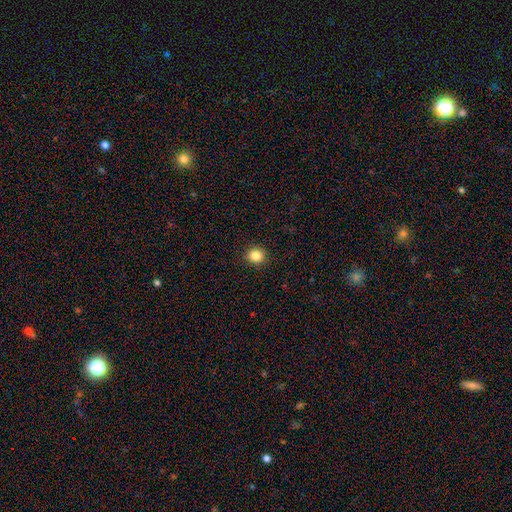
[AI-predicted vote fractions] Morphology: type=smooth (85%); roundness=round (86%); merging=none (92%).